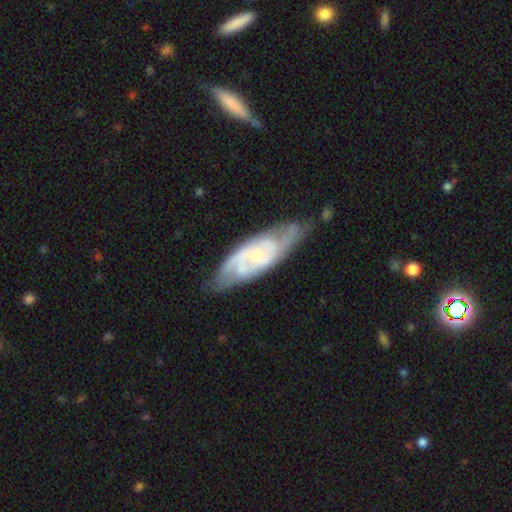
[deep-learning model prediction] Smooth or featured? Predicted: featured or disk (p=0.82). Edge-on disk? Predicted: no (p=0.88). Bar? Predicted: no (p=0.61). Spiral arms? Predicted: yes (p=0.92). Spiral winding? Predicted: tight (p=0.54). Spiral arm count? Predicted: 2 (p=0.50). Bulge size? Predicted: small (p=0.52). Merging? Predicted: none (p=0.69).